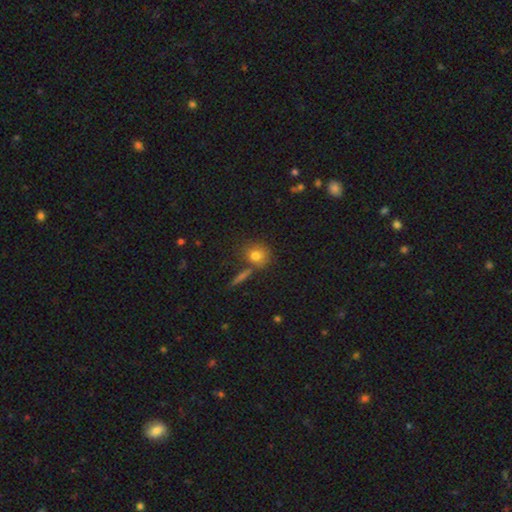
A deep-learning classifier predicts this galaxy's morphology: Smooth or featured: smooth — 77% (star or artifact — 12%)
How rounded: round — 78% (in between — 19%)
Merging: none — 67% (merger — 17%)